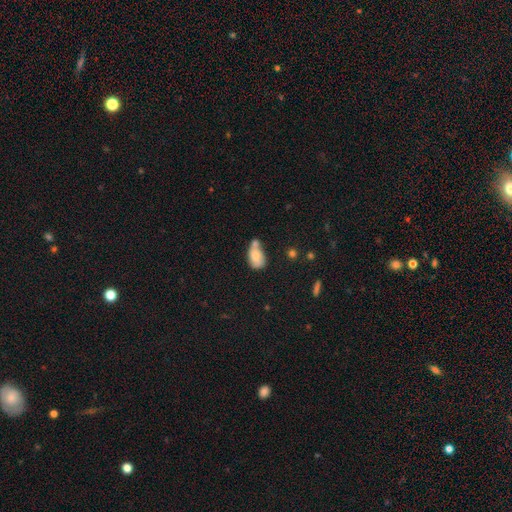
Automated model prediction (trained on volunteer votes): A smooth galaxy with no disk features (74%) that is in between round and cigar-shaped (87%). Merging: merger (42%).